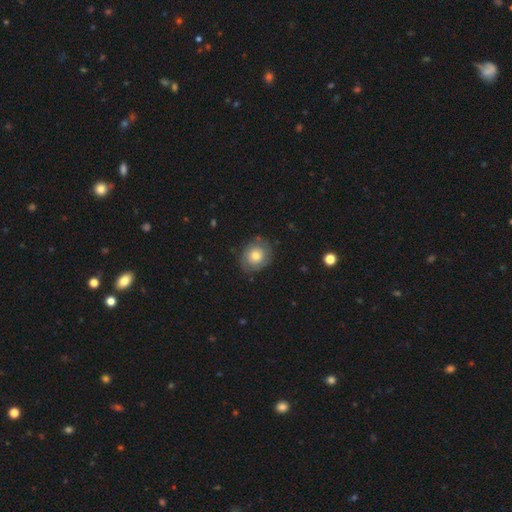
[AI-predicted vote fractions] Smooth or featured: smooth — 63% (featured or disk — 29%)
How rounded: round — 64% (in between — 35%)
Merging: none — 78% (minor disturbance — 16%)